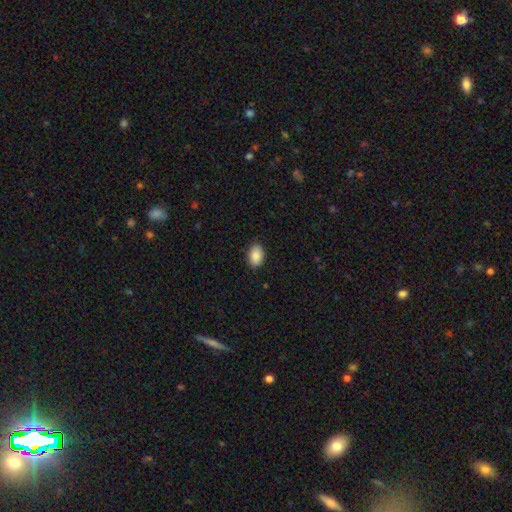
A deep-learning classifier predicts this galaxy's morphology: smooth-or-featured: smooth: 89% | star or artifact: 7% | featured or disk: 4%
  how-rounded: in between: 88% | round: 11% | cigar-shaped: 1%
  merging: none: 88% | minor disturbance: 9% | major disturbance: 2% | merger: 1%